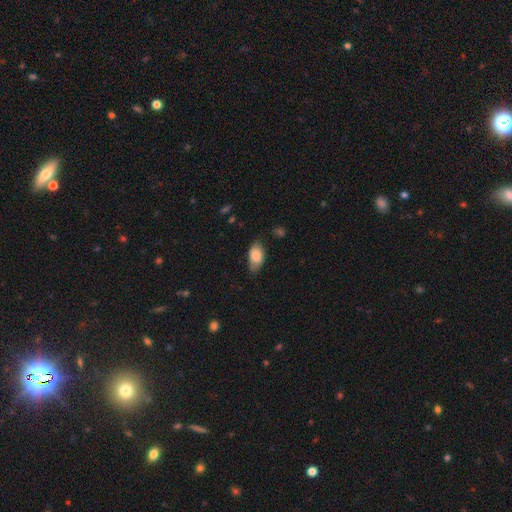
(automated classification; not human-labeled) Smooth or featured? smooth (82%)
How rounded? in between (93%)
Merging? none (73%)